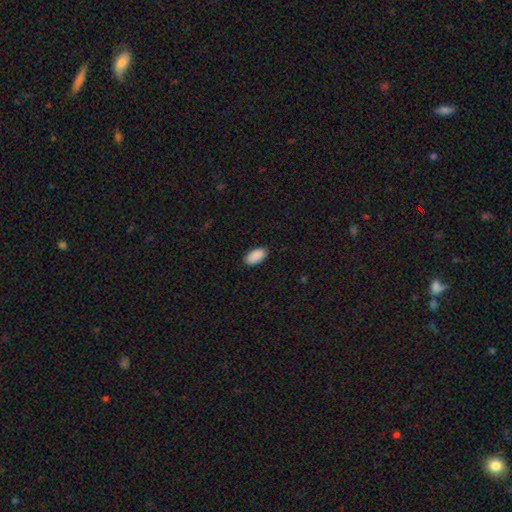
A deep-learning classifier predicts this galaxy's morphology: Smooth or featured? Predicted: smooth (p=0.91). How rounded? Predicted: in between (p=0.95). Merging? Predicted: none (p=0.89).